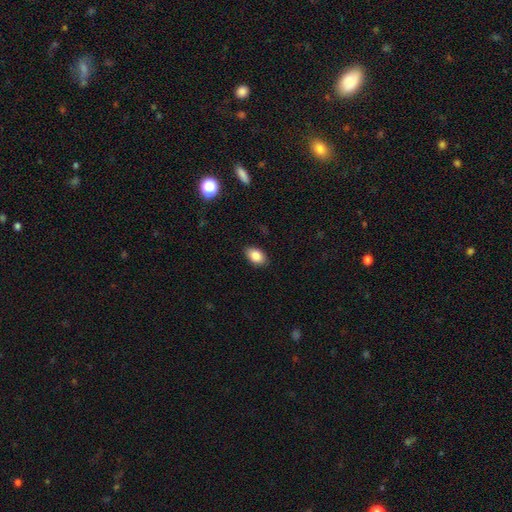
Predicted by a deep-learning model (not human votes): Smooth or featured: smooth — 86% (star or artifact — 8%)
How rounded: in between — 91% (round — 8%)
Merging: none — 87% (minor disturbance — 9%)